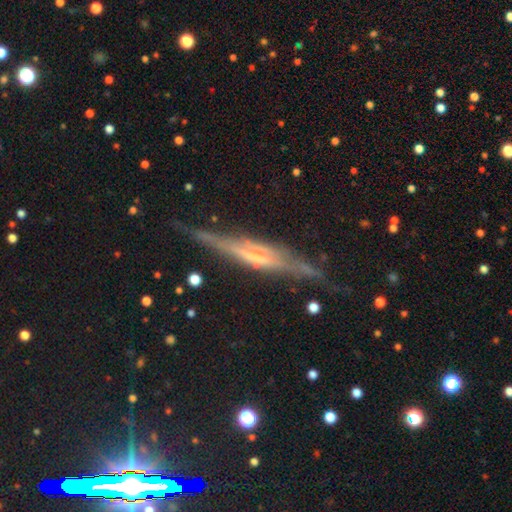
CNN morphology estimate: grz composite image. It shows a featured or disk galaxy (82%) viewed edge-on (96%) with a rounded central bulge (40%). Merging: none (78%).